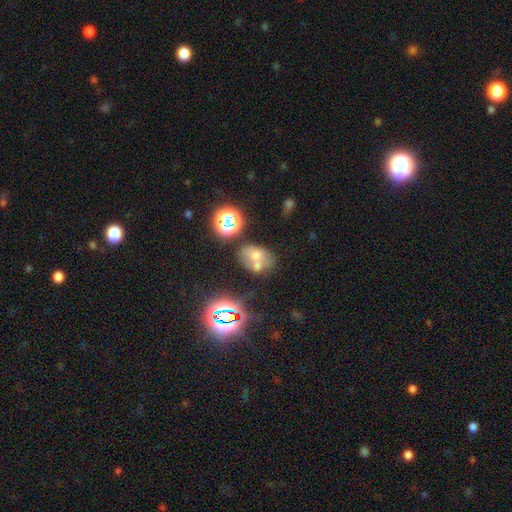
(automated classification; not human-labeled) Smooth or featured? Predicted: smooth (p=0.45). Merging? Predicted: none (p=0.43).